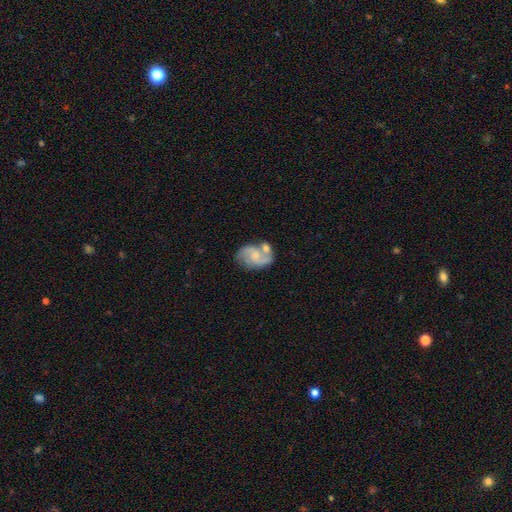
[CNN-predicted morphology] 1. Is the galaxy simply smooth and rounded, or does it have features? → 73% featured or disk, 20% smooth, 7% star or artifact.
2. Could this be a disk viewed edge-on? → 98% no, 2% yes.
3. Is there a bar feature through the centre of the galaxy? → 54% no, 39% weak, 7% strong.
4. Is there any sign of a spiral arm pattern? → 90% yes, 10% no.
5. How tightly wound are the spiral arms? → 47% medium, 38% loose, 14% tight.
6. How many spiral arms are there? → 84% 2, 7% can't tell, 4% 3, 2% 1, 1% 4, 1% more than 4.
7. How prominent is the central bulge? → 47% small, 28% moderate, 21% none, 3% large, 1% dominant.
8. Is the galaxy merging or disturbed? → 41% none, 32% merger, 18% minor disturbance, 9% major disturbance.